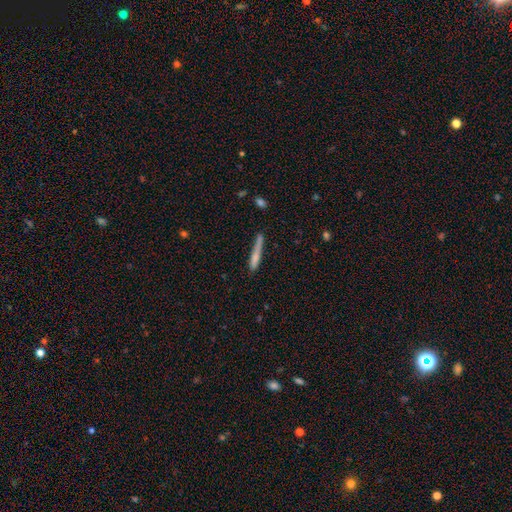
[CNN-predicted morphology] smooth_or_featured: smooth (p=0.68) [alt: featured or disk p=0.25]
how_rounded: cigar-shaped (p=0.94) [alt: in between p=0.04]
merging: none (p=0.66) [alt: minor disturbance p=0.22]